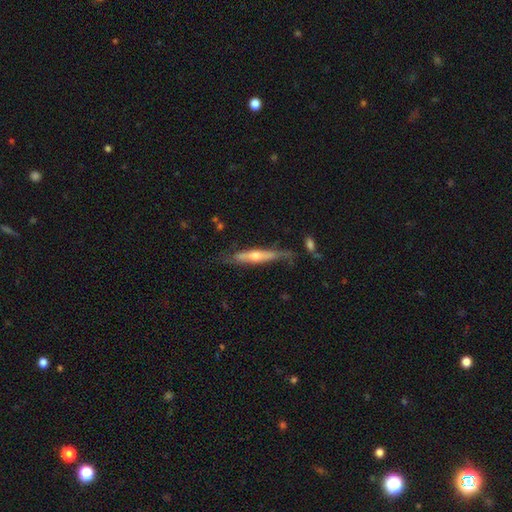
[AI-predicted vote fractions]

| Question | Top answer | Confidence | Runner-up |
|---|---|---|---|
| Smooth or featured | featured or disk | 65% | smooth (29%) |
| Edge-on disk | yes | 86% | no (14%) |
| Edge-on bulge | rounded | 80% | none (15%) |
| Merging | none | 62% | minor disturbance (25%) |